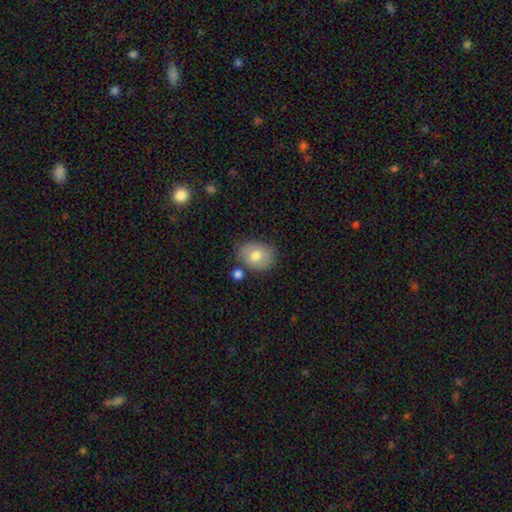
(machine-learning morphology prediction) smooth-or-featured: smooth: 75% | featured or disk: 18% | star or artifact: 8%
  how-rounded: in between: 59% | round: 40% | cigar-shaped: 1%
  merging: none: 68% | minor disturbance: 19% | merger: 9% | major disturbance: 4%